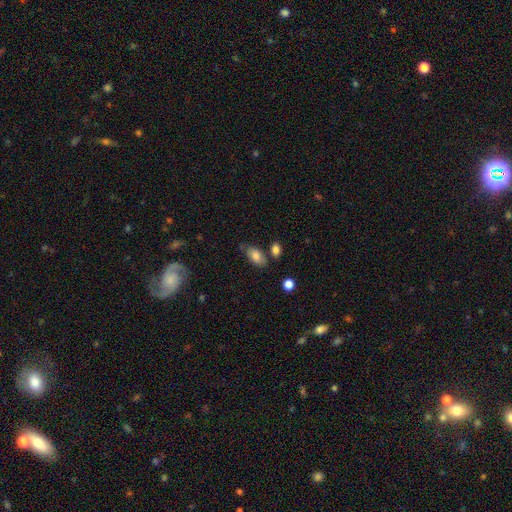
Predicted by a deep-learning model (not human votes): Overall: smooth (79%). How rounded: in between (91%). Merging: none (68%).